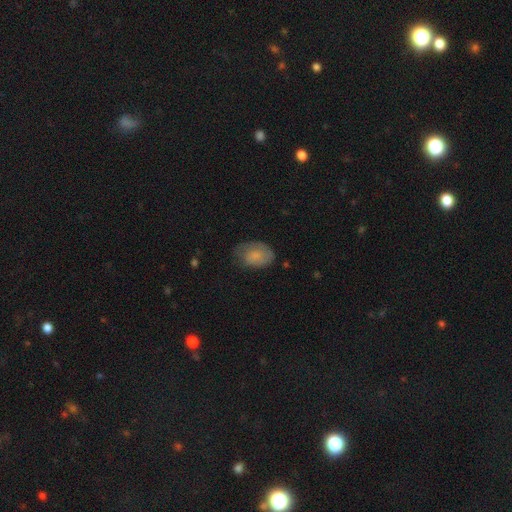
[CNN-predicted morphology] Q: Smooth or featured?
A: smooth (70%); runner-up: featured or disk (22%)
Q: How rounded?
A: in between (80%); runner-up: round (18%)
Q: Merging?
A: none (53%); runner-up: minor disturbance (32%)